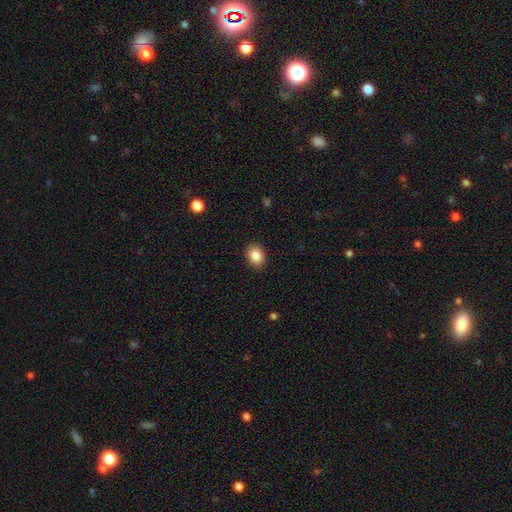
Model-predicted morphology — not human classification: A smooth galaxy with no disk features (86%) that is in between round and cigar-shaped (60%).

Vote fractions:
- Smooth or featured? smooth: 86% / star or artifact: 9% / featured or disk: 5%
- How rounded? in between: 60% / round: 39% / cigar-shaped: 1%
- Merging? none: 89% / minor disturbance: 8% / major disturbance: 2% / merger: 1%